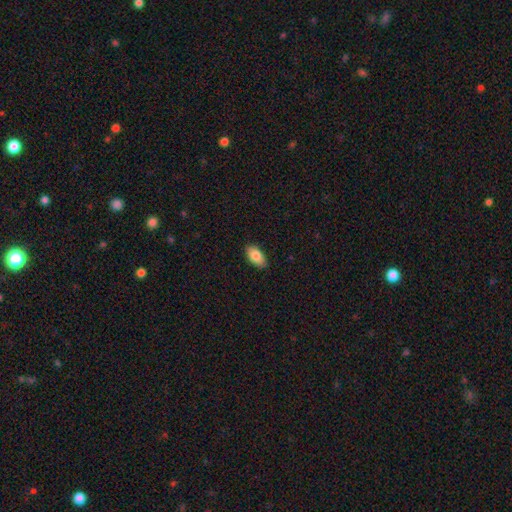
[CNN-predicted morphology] A smooth galaxy with no disk features (84%) that is in between round and cigar-shaped (93%). Merging: none (87%).